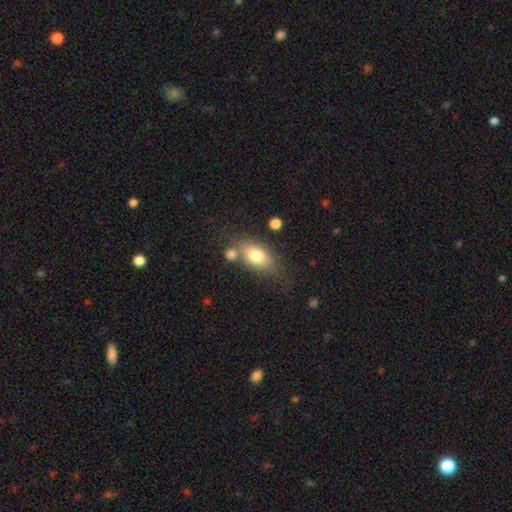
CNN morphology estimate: Overall: smooth (76%). How rounded: in between (86%). Merging: none (56%; merger 21%).